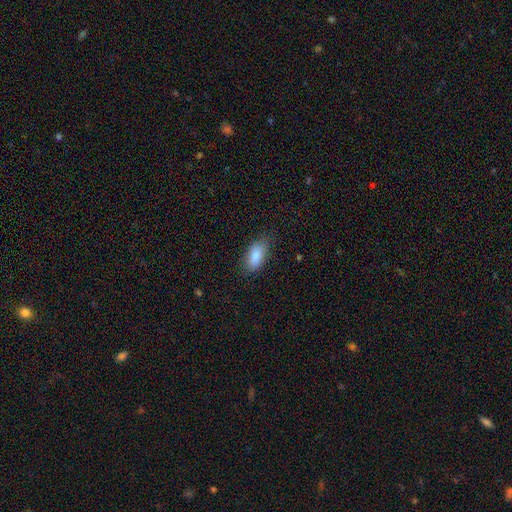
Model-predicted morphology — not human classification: Q: Smooth or featured?
A: smooth (86%); runner-up: featured or disk (7%)
Q: How rounded?
A: in between (90%); runner-up: cigar-shaped (7%)
Q: Merging?
A: none (75%); runner-up: minor disturbance (19%)